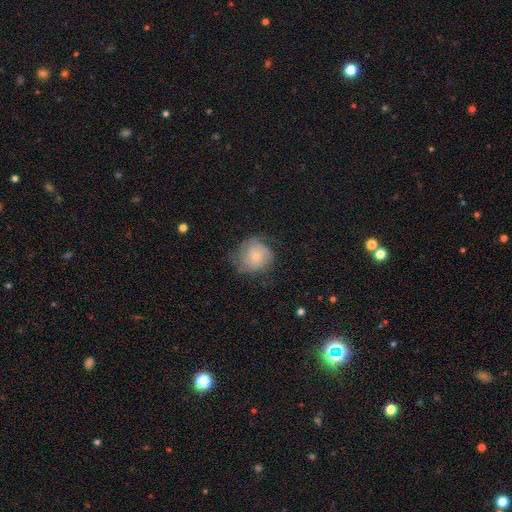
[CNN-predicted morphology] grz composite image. It shows a smooth galaxy with no disk features (53%) that is round (87%). Merging: none (61%).